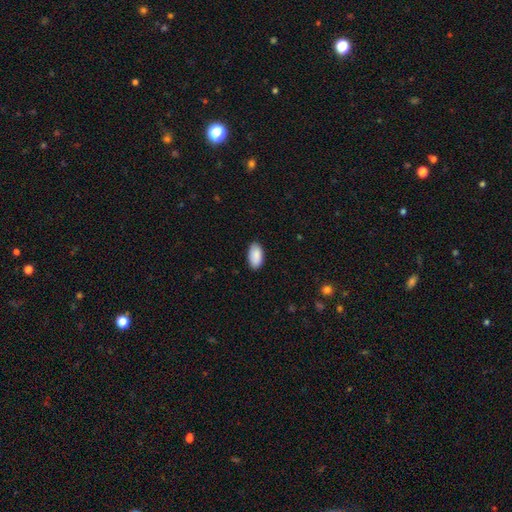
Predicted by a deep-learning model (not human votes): A smooth galaxy with no disk features (90%) that is in between round and cigar-shaped (95%).

Vote fractions:
- Smooth or featured? smooth: 90% / star or artifact: 6% / featured or disk: 4%
- How rounded? in between: 95% / round: 3% / cigar-shaped: 2%
- Merging? none: 86% / minor disturbance: 11% / major disturbance: 2% / merger: 1%